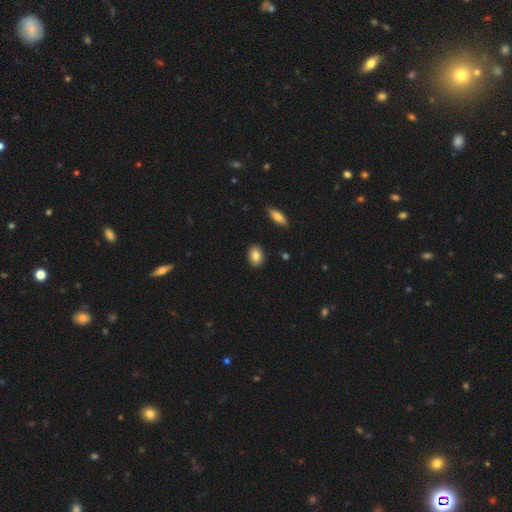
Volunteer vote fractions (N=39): smooth 90%, featured or disk 5%, star or artifact 5%. Down the decision tree: how rounded — in between (57%); merging — none (76%).